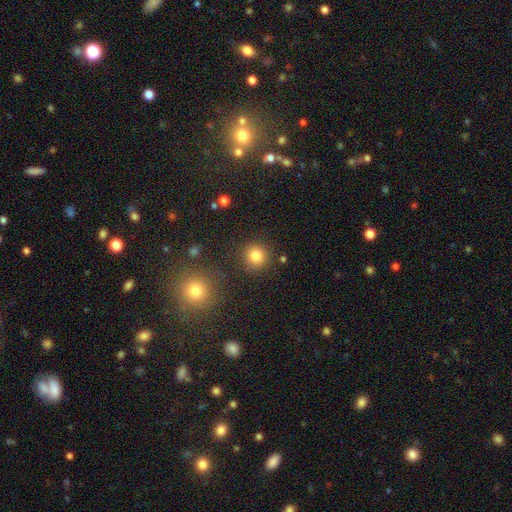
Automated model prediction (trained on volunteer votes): smooth-or-featured: smooth: 83% | star or artifact: 12% | featured or disk: 5%
  how-rounded: round: 91% | in between: 8% | cigar-shaped: 1%
  merging: none: 85% | minor disturbance: 8% | merger: 4% | major disturbance: 3%